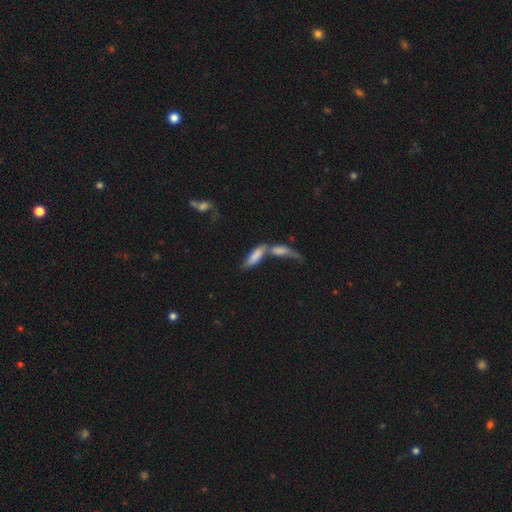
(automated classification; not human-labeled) This is likely a smooth galaxy (67%). How rounded: possibly in between (58%). Merging: likely merger (69%).